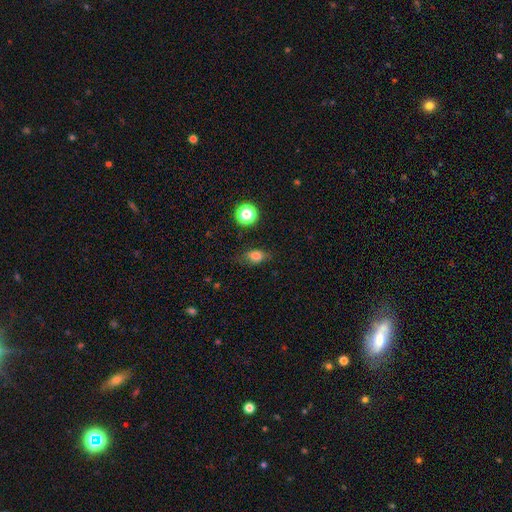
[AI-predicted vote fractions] A smooth galaxy with no disk features (77%) that is in between round and cigar-shaped (74%).

Vote fractions:
- Smooth or featured? smooth: 77% / star or artifact: 13% / featured or disk: 10%
- How rounded? in between: 74% / round: 21% / cigar-shaped: 5%
- Merging? none: 70% / minor disturbance: 21% / major disturbance: 7% / merger: 2%